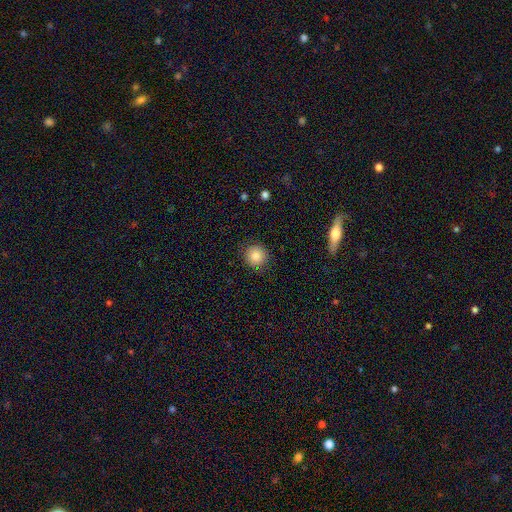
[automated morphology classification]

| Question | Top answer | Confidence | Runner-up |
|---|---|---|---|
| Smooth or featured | smooth | 85% | star or artifact (10%) |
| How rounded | round | 92% | in between (7%) |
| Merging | none | 87% | minor disturbance (9%) |